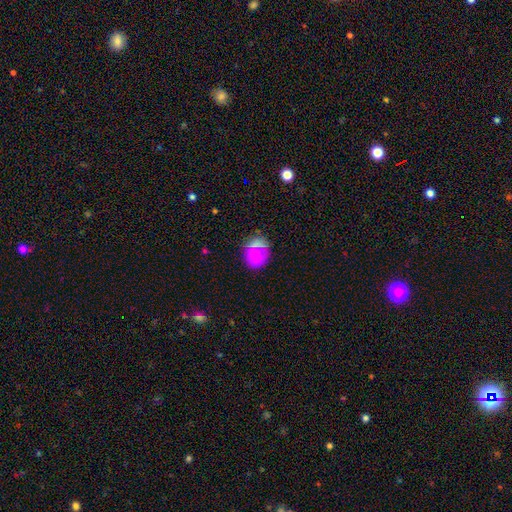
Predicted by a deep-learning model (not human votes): Smooth or featured? smooth (73%)
How rounded? round (80%)
Merging? none (74%)